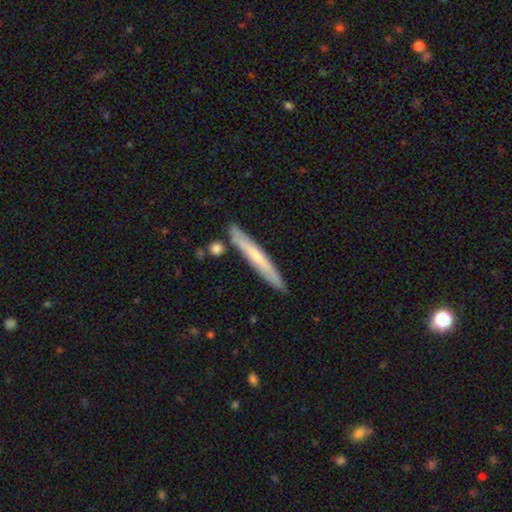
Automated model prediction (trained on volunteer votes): Smooth or featured? smooth (51%)
How rounded? cigar-shaped (95%)
Merging? none (85%)